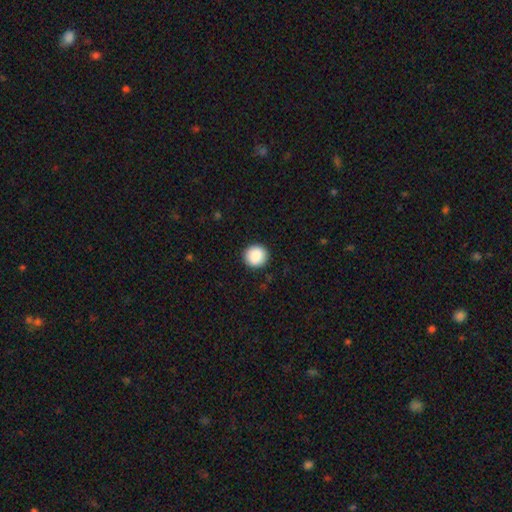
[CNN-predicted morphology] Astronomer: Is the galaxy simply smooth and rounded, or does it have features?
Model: smooth — 89%.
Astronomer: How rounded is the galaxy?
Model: round — 93%.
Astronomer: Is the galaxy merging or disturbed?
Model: none — 91%.